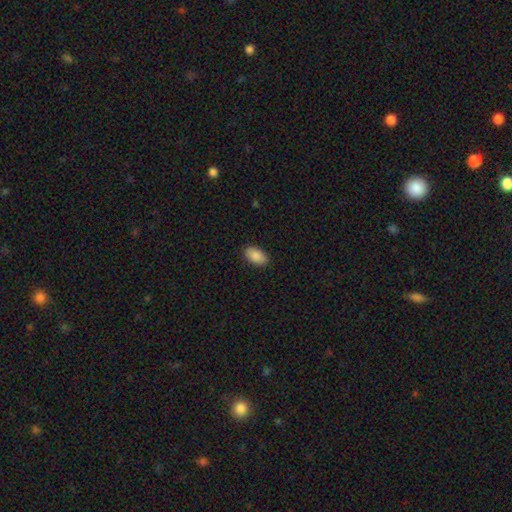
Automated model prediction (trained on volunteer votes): The model was most divided on "merging": none: 89%, minor disturbance: 8%, major disturbance: 2%, merger: 1%. More confident: how rounded — in between (94%); smooth or featured — smooth (88%).